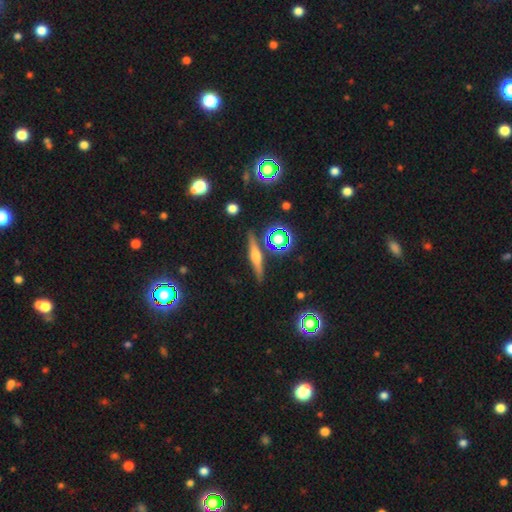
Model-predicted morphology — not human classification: Overall: featured or disk (62%; smooth 26%). Edge-on disk: yes (96%). Edge-on bulge: rounded (86%). Merging: none (86%).